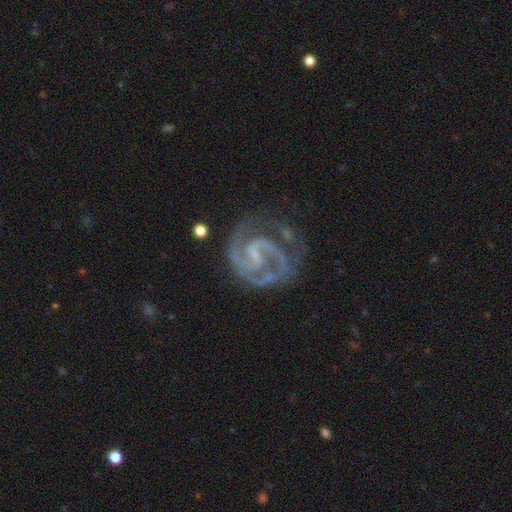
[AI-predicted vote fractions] featured or disk 91%, star or artifact 5%, smooth 4%. Down the decision tree: edge-on disk — no (98%); bar — weak (49%); spiral arms — yes (98%); spiral arm count — 2 (85%); spiral winding — medium (51%); bulge size — small (51%); merging — none (64%).